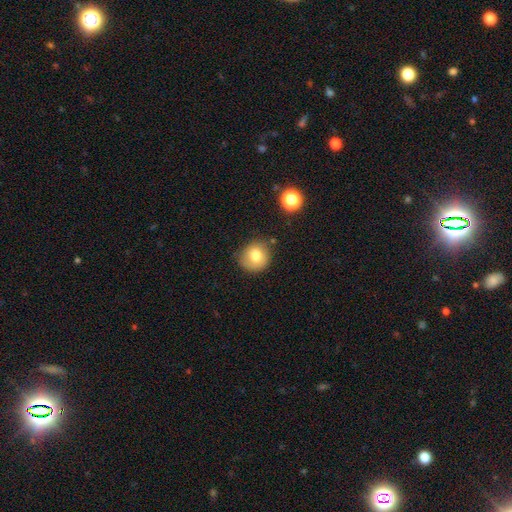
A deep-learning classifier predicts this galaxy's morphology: A smooth galaxy with no disk features (77%) that is round (79%). Merging: none (70%).